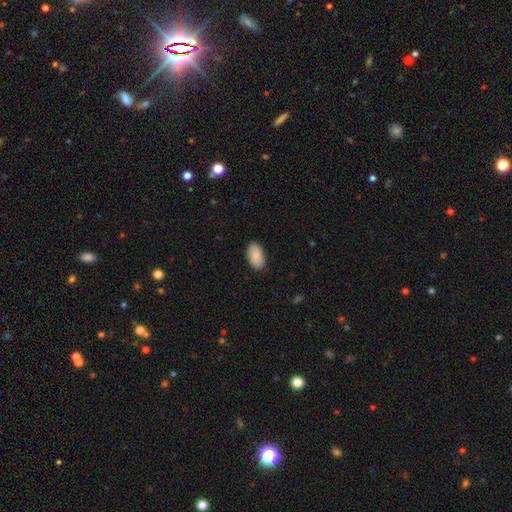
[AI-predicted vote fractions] smooth 87%, featured or disk 7%, star or artifact 6%. Down the decision tree: how rounded — in between (95%); merging — none (86%).